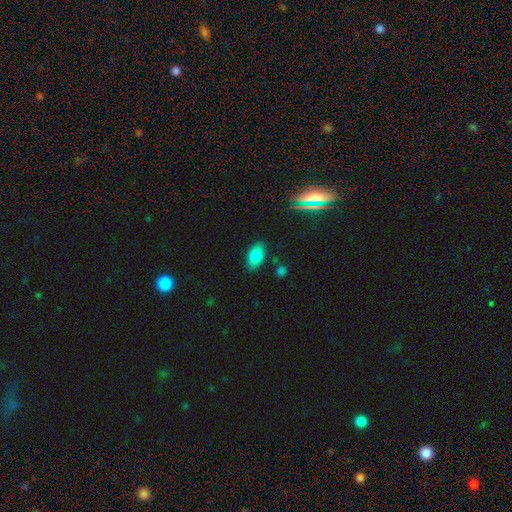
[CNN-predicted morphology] This is clearly a smooth galaxy (80%). How rounded: clearly in between (92%). Merging: clearly none (85%).